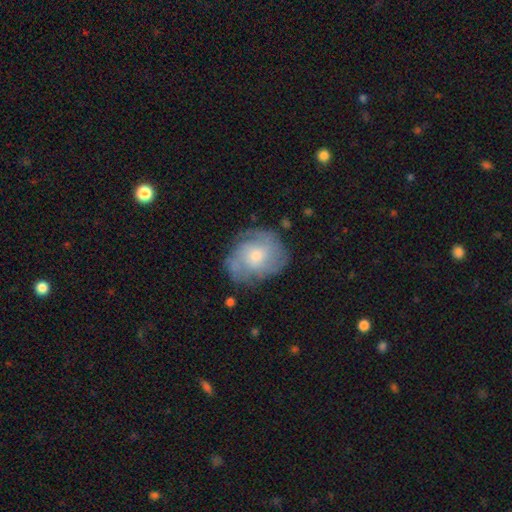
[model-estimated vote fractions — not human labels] A featured or disk galaxy (63%) with no bar (77%), spiral arms (81%) and a moderate central bulge (55%). Merging: none (69%).